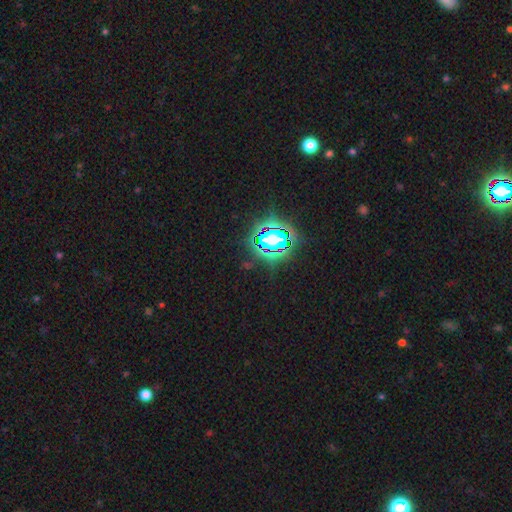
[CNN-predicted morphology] star or artifact 82%, smooth 11%, featured or disk 7%.